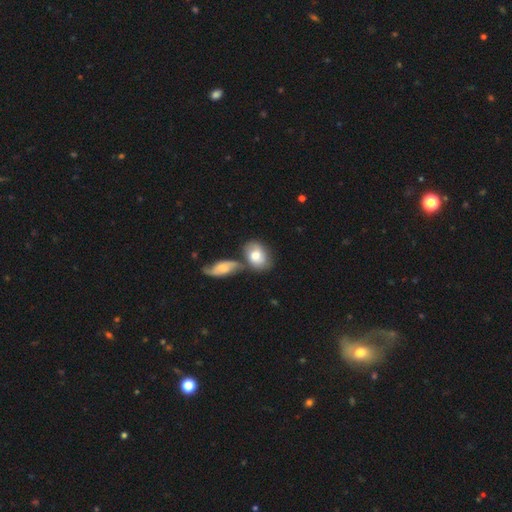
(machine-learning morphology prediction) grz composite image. It shows a smooth galaxy with no disk features (68%) that is in between round and cigar-shaped (79%). Merging: none (42%).